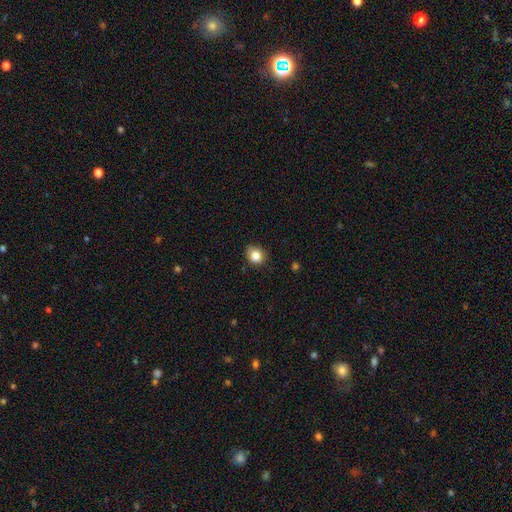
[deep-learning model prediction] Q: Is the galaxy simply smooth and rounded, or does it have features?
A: smooth — 83%.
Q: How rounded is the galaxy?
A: round — 69%.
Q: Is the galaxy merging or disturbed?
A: none — 75%.